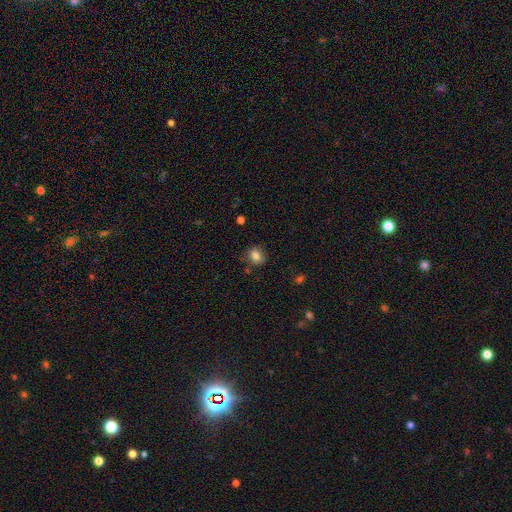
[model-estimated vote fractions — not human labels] Morphology: type=smooth (83%); roundness=round (64%); merging=none (83%).